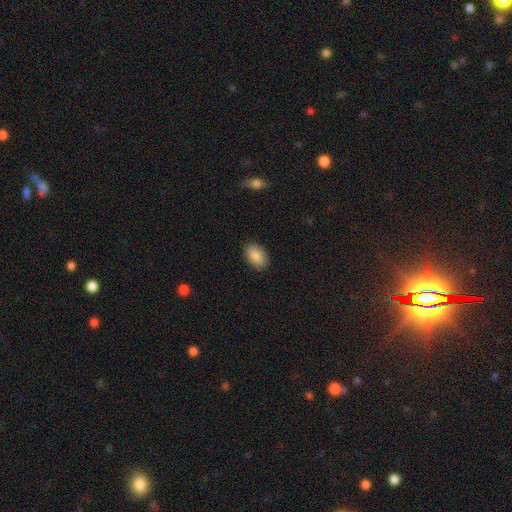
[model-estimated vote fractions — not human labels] Smooth or featured? smooth (88%)
How rounded? in between (89%)
Merging? none (87%)